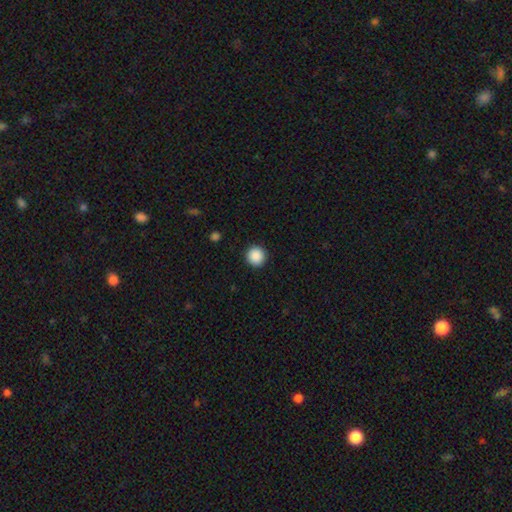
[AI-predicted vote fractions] A smooth galaxy with no disk features (89%) that is round (95%).

Vote fractions:
- Smooth or featured? smooth: 89% / star or artifact: 8% / featured or disk: 2%
- How rounded? round: 95% / in between: 4% / cigar-shaped: 1%
- Merging? none: 93% / minor disturbance: 5% / major disturbance: 2% / merger: 1%